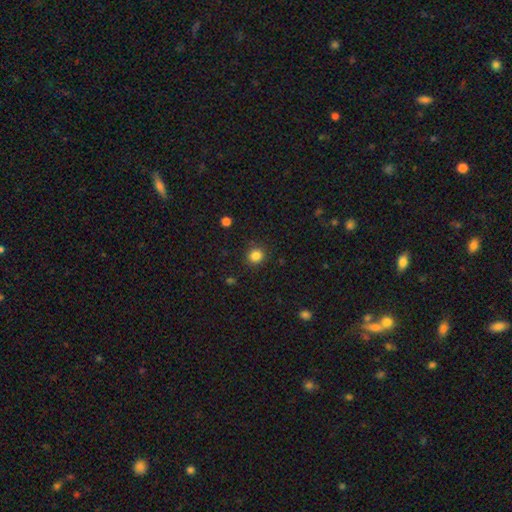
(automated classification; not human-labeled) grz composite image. It shows a smooth galaxy with no disk features (84%) that is round (90%). Merging: none (89%).